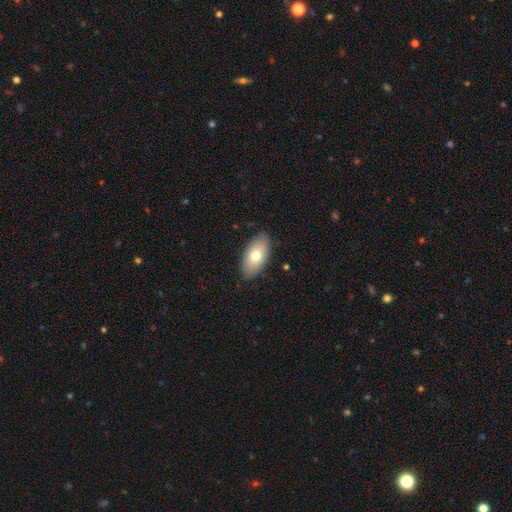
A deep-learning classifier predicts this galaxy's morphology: A smooth galaxy with no disk features (71%) that is in between round and cigar-shaped (93%).

Vote fractions:
- Smooth or featured? smooth: 71% / featured or disk: 22% / star or artifact: 7%
- How rounded? in between: 93% / cigar-shaped: 3% / round: 3%
- Merging? none: 86% / minor disturbance: 11% / major disturbance: 2% / merger: 1%